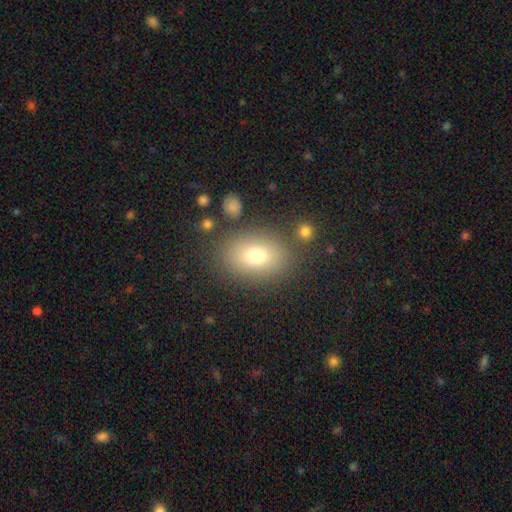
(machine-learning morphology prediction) Smooth or featured: smooth — 74% (featured or disk — 14%)
How rounded: in between — 73% (round — 26%)
Merging: none — 80% (minor disturbance — 11%)